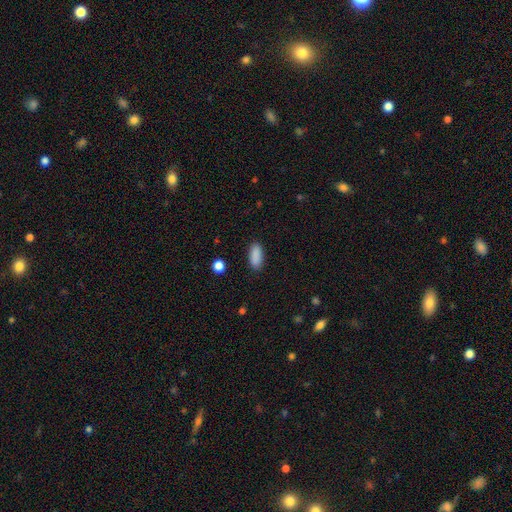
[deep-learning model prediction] A smooth galaxy with no disk features (89%) that is in between round and cigar-shaped (83%). Merging: none (88%).